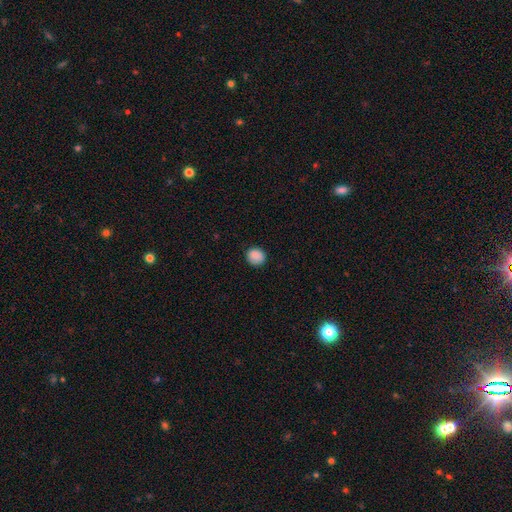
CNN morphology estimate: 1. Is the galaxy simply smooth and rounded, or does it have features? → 88% smooth, 8% star or artifact, 3% featured or disk.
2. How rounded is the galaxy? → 81% round, 19% in between, 1% cigar-shaped.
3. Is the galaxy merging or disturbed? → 85% none, 11% minor disturbance, 2% major disturbance, 1% merger.